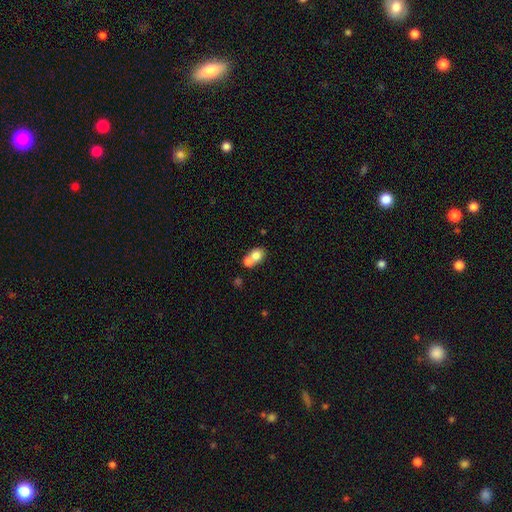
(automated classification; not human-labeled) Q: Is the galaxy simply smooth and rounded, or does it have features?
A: smooth — 76%.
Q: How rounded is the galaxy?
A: round — 60%.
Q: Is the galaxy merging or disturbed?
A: merger — 61%.